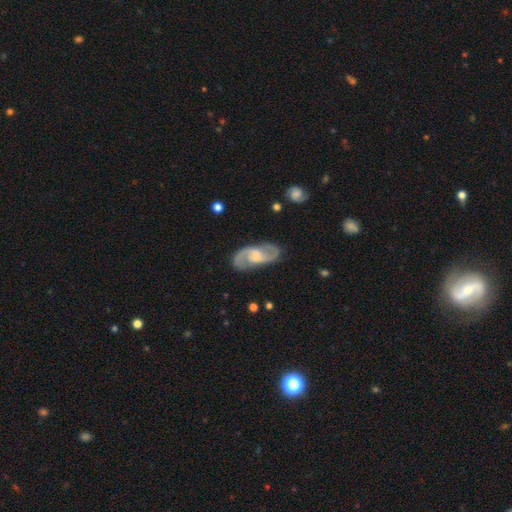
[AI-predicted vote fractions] Smooth or featured?
  - featured or disk: 85% *
  - smooth: 10%
  - star or artifact: 5%
Edge-on disk?
  - no: 96% *
  - yes: 4%
Bar?
  - weak: 52% *
  - no: 34%
  - strong: 14%
Spiral arms?
  - yes: 96% *
  - no: 4%
Spiral winding?
  - medium: 54% *
  - loose: 30%
  - tight: 16%
Spiral arm count?
  - 2: 92% *
  - can't tell: 4%
  - 1: 1%
  - 3: 1%
  - 4: 1%
  - more than 4: 1%
Bulge size?
  - small: 42% *
  - moderate: 41%
  - none: 11%
  - large: 5%
  - dominant: 1%
Merging?
  - none: 81% *
  - minor disturbance: 13%
  - major disturbance: 4%
  - merger: 2%